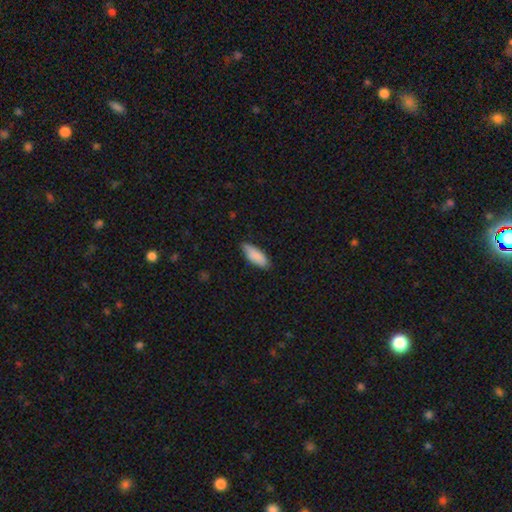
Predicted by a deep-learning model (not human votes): Q: Smooth or featured?
A: smooth (88%); runner-up: featured or disk (6%)
Q: How rounded?
A: in between (71%); runner-up: cigar-shaped (27%)
Q: Merging?
A: none (77%); runner-up: minor disturbance (19%)